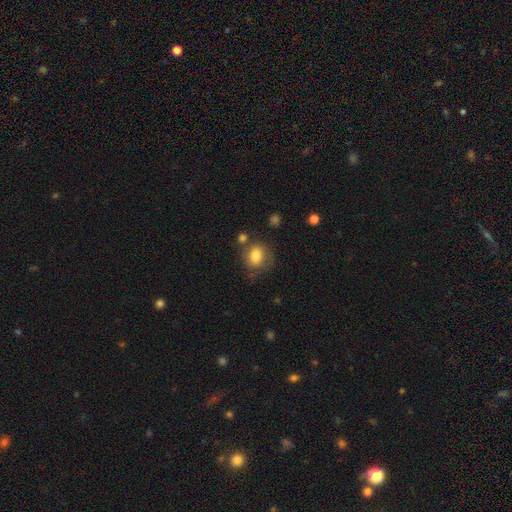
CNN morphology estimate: A smooth galaxy with no disk features (77%) that is round (66%). Merging: none (60%).